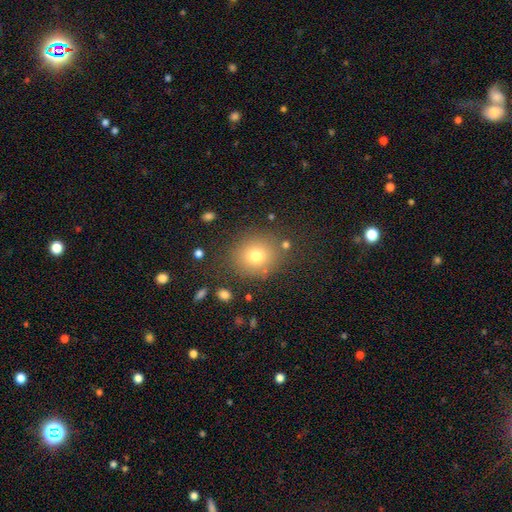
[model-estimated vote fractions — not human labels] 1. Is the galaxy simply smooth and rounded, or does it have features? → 75% smooth, 15% star or artifact, 11% featured or disk.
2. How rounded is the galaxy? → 77% round, 22% in between, 1% cigar-shaped.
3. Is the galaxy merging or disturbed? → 82% none, 10% minor disturbance, 4% major disturbance, 4% merger.